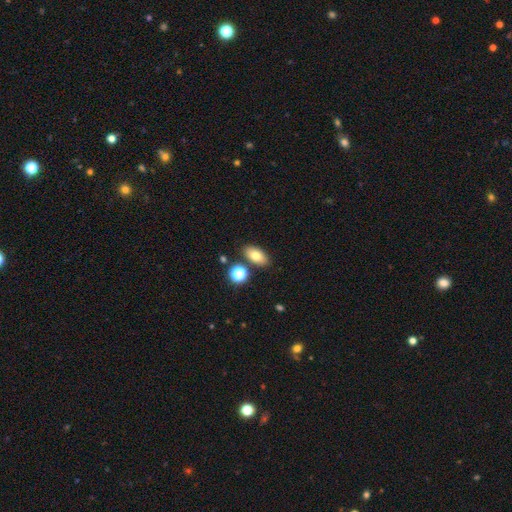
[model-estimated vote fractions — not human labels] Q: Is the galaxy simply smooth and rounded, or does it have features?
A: smooth — 76%.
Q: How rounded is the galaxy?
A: in between — 88%.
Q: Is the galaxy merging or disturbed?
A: none — 81%.